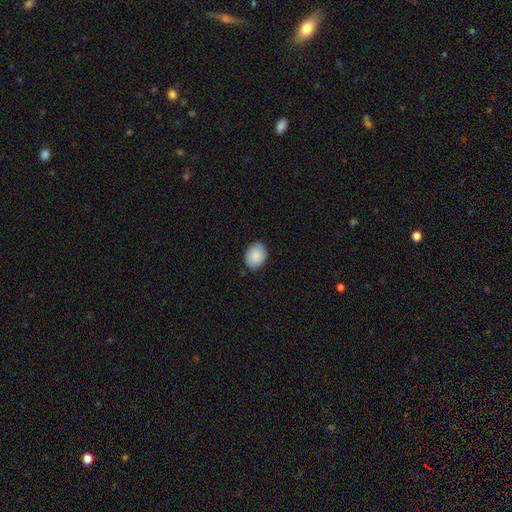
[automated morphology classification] Smooth or featured? smooth (88%)
How rounded? in between (61%)
Merging? none (86%)